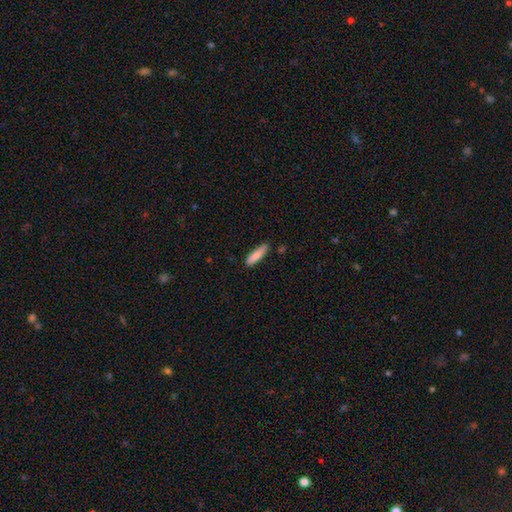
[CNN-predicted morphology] Smooth or featured?
  - smooth: 85% *
  - featured or disk: 9%
  - star or artifact: 6%
How rounded?
  - cigar-shaped: 72% *
  - in between: 26%
  - round: 1%
Merging?
  - none: 83% *
  - minor disturbance: 13%
  - major disturbance: 2%
  - merger: 2%